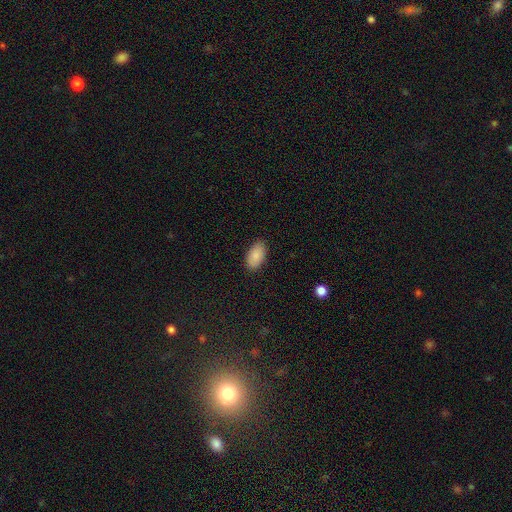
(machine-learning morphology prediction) Overall: smooth (88%). How rounded: in between (95%). Merging: none (87%).